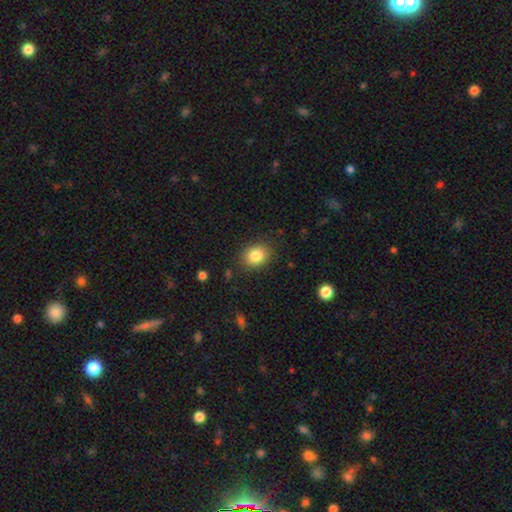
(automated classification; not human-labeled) Overall: smooth (84%). How rounded: round (58%; in between 42%). Merging: none (86%).